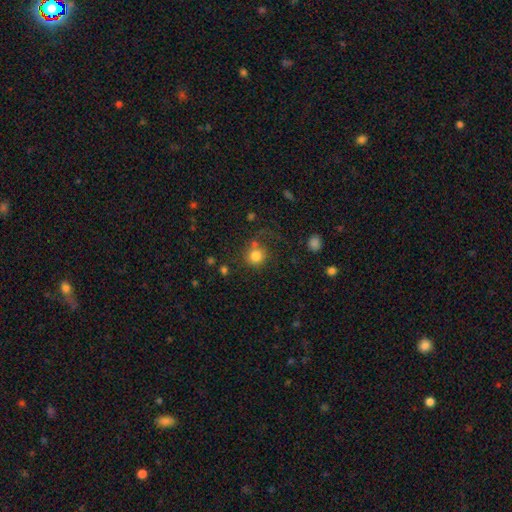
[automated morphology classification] type=smooth (82%); roundness=round (90%); merging=none (68%).